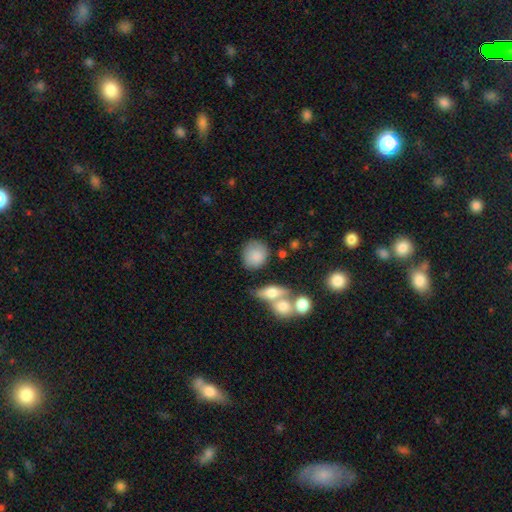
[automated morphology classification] A smooth galaxy with no disk features (80%) that is round (75%).

Vote fractions:
- Smooth or featured? smooth: 80% / featured or disk: 12% / star or artifact: 8%
- How rounded? round: 75% / in between: 23% / cigar-shaped: 2%
- Merging? none: 67% / minor disturbance: 15% / merger: 12% / major disturbance: 6%